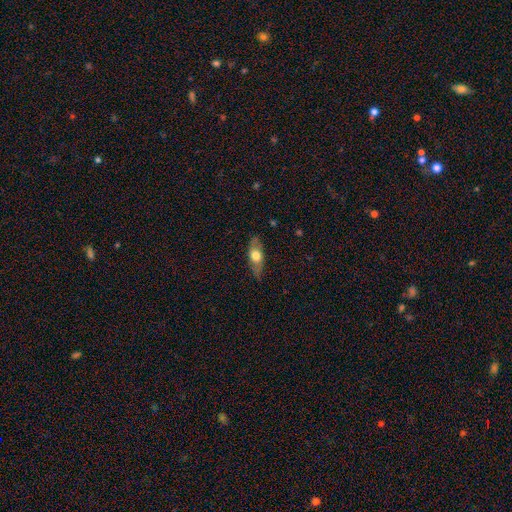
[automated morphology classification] Smooth or featured? Predicted: smooth (p=0.52). How rounded? Predicted: in between (p=0.68). Merging? Predicted: none (p=0.81).